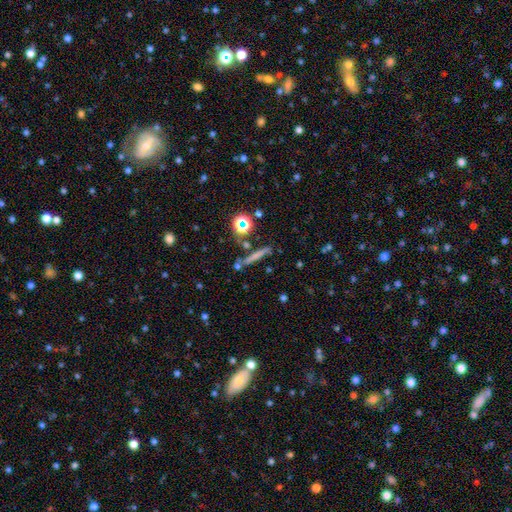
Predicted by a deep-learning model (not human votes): smooth_or_featured: smooth (p=0.57) [alt: featured or disk p=0.26]
how_rounded: cigar-shaped (p=0.86) [alt: round p=0.07]
merging: none (p=0.76) [alt: minor disturbance p=0.11]